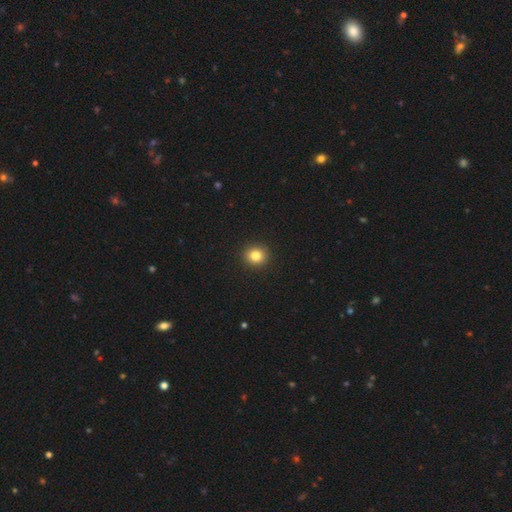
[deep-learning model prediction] This is clearly a smooth galaxy (82%). How rounded: clearly round (88%). Merging: clearly none (93%).